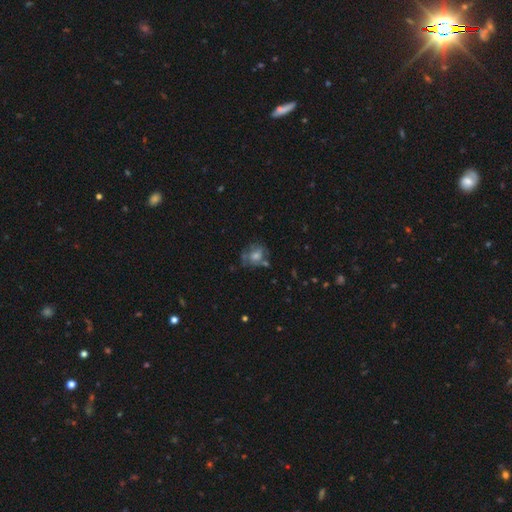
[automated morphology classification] smooth_or_featured: featured or disk (p=0.46) [alt: smooth p=0.39]
merging: none (p=0.55) [alt: minor disturbance p=0.22]